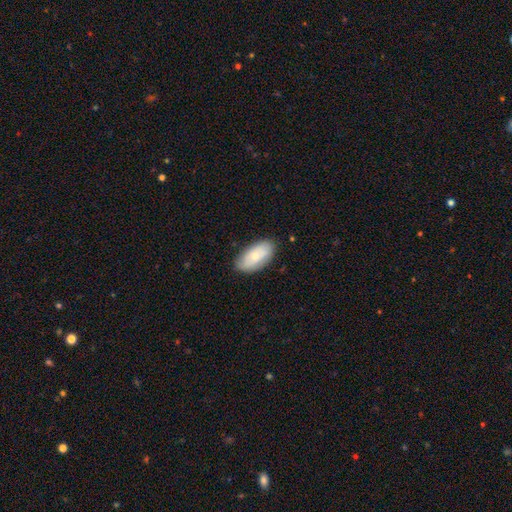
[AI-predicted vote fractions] smooth-or-featured: smooth: 67% | featured or disk: 27% | star or artifact: 6%
  how-rounded: in between: 93% | cigar-shaped: 4% | round: 3%
  merging: none: 82% | minor disturbance: 14% | major disturbance: 3% | merger: 1%